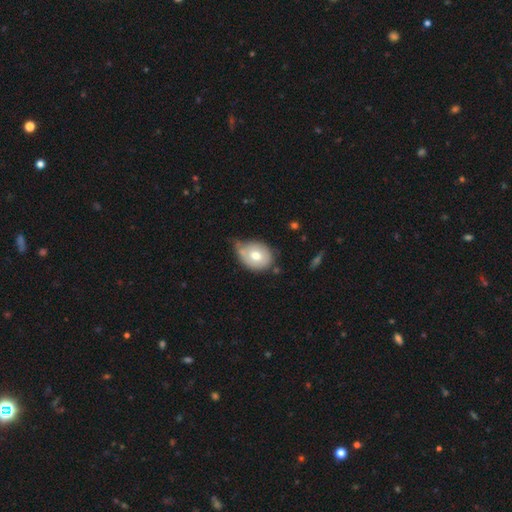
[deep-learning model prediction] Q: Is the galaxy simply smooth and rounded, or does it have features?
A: smooth — 70%.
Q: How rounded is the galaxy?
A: round — 53%.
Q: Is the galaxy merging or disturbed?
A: none — 43%.